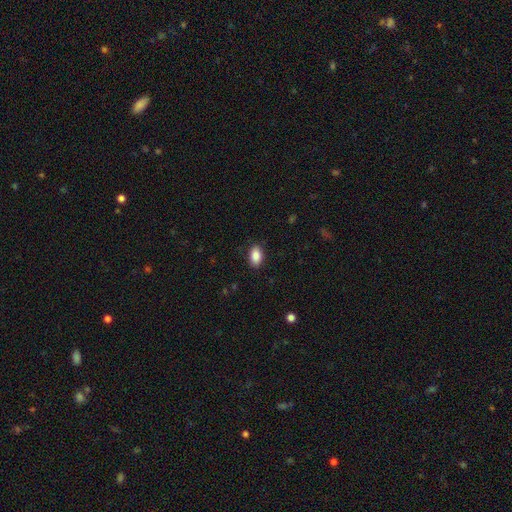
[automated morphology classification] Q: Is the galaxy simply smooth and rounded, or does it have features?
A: smooth — 88%.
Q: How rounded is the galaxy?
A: in between — 90%.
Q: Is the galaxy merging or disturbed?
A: none — 87%.